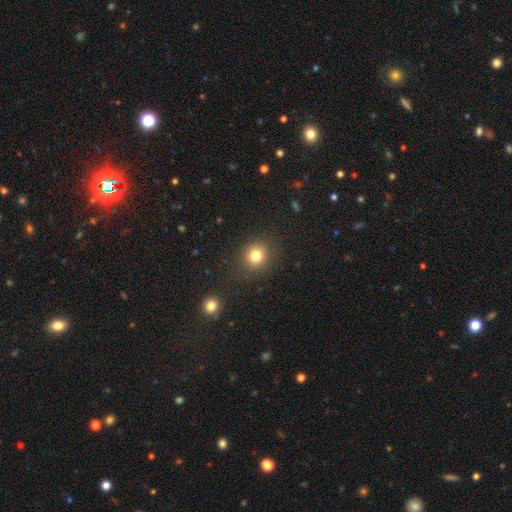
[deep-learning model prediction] This appears to be a smooth galaxy with no disk features (79%) that is round (87%). Merging: none (87%).